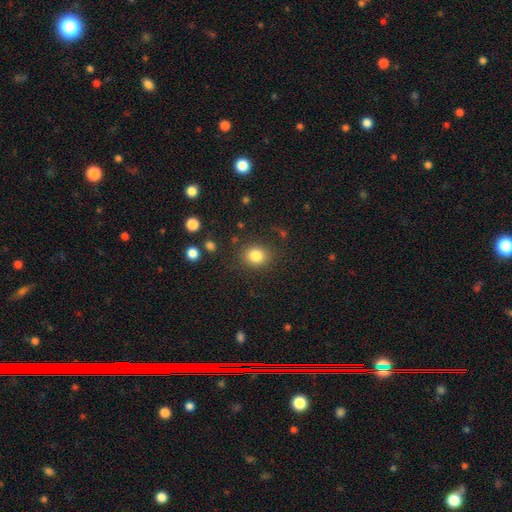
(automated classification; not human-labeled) A smooth galaxy with no disk features (84%) that is round (69%). Merging: none (84%).